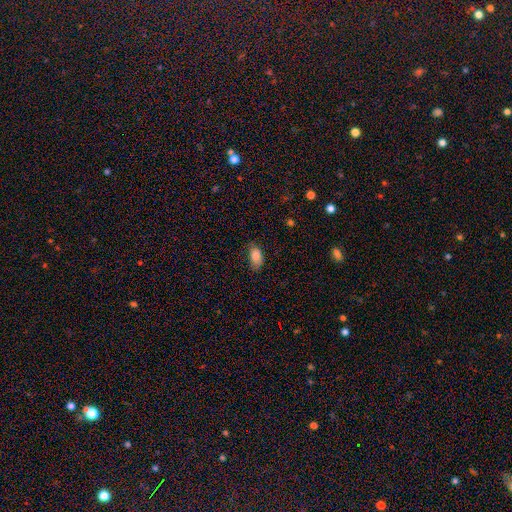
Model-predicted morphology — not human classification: Smooth or featured?
  - smooth: 85% *
  - star or artifact: 8%
  - featured or disk: 7%
How rounded?
  - in between: 92% *
  - round: 6%
  - cigar-shaped: 3%
Merging?
  - none: 72% *
  - minor disturbance: 22%
  - major disturbance: 4%
  - merger: 1%